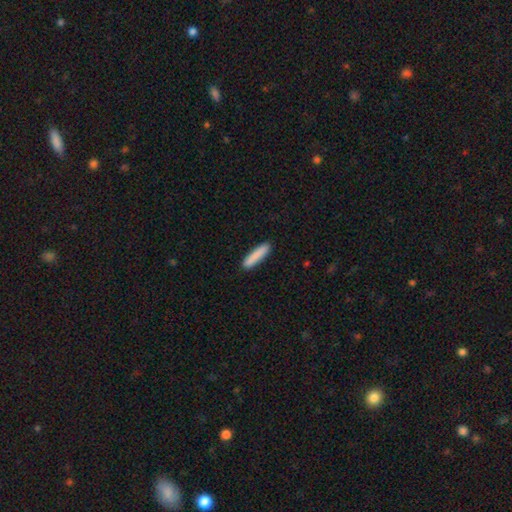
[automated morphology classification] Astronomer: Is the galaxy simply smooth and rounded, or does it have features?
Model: smooth — 87%.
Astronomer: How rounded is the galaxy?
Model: cigar-shaped — 87%.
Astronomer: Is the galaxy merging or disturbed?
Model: none — 89%.